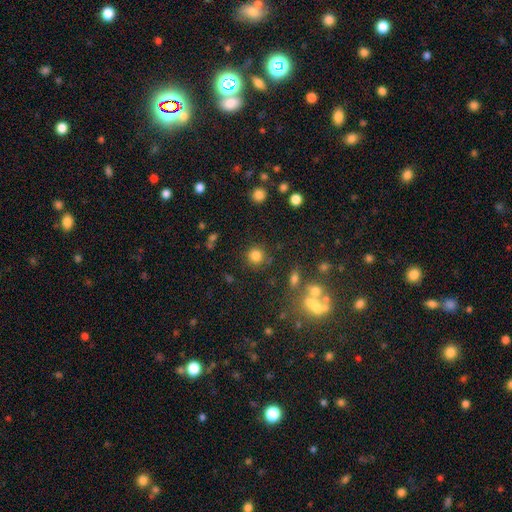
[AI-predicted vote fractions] This appears to be a smooth galaxy with no disk features (81%) that is round (92%). Merging: none (86%).